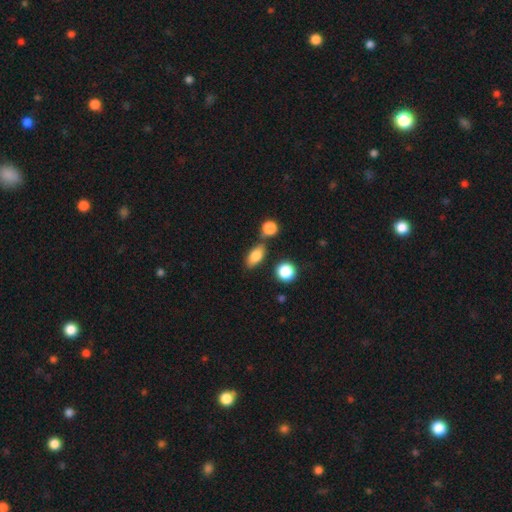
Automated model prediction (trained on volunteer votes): Q: Smooth or featured?
A: smooth (80%); runner-up: featured or disk (11%)
Q: How rounded?
A: in between (81%); runner-up: round (11%)
Q: Merging?
A: none (69%); runner-up: merger (14%)